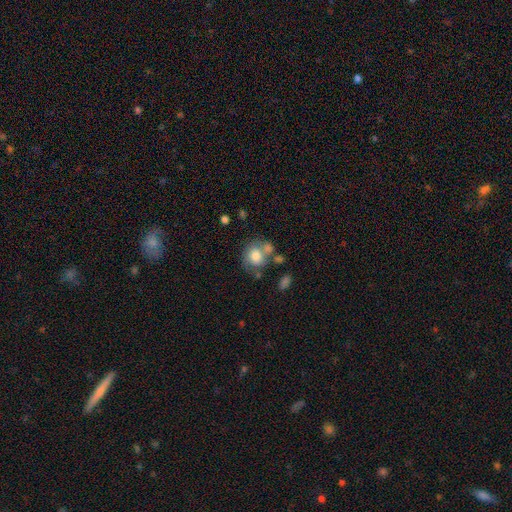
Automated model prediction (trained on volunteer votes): A smooth galaxy with no disk features (64%) that is round (67%).

Vote fractions:
- Smooth or featured? smooth: 64% / featured or disk: 27% / star or artifact: 8%
- How rounded? round: 67% / in between: 32% / cigar-shaped: 1%
- Merging? none: 44% / merger: 24% / minor disturbance: 20% / major disturbance: 12%